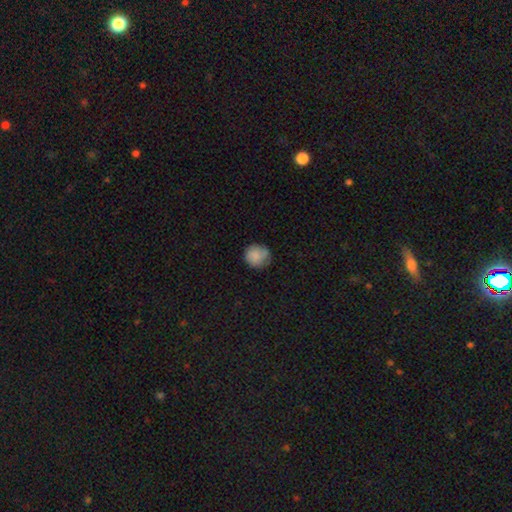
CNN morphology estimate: This is clearly a smooth galaxy (85%). How rounded: clearly round (88%). Merging: likely none (71%).